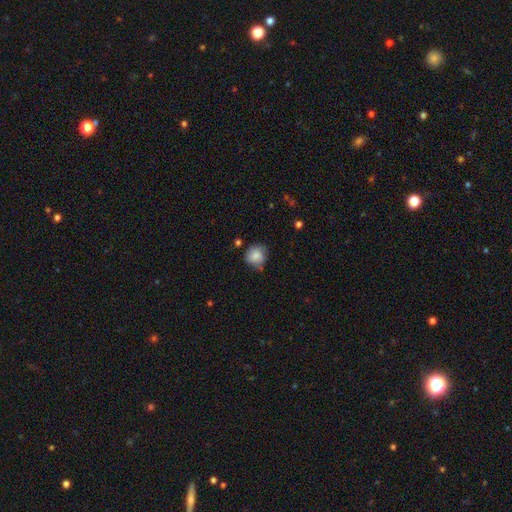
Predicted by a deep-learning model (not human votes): smooth 76%, featured or disk 15%, star or artifact 9%. Down the decision tree: how rounded — round (77%); merging — none (58%).